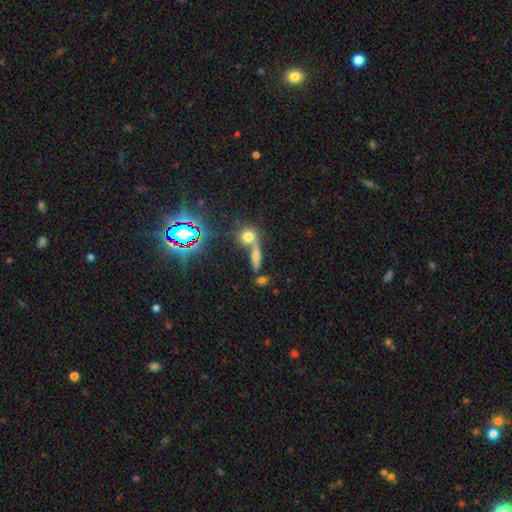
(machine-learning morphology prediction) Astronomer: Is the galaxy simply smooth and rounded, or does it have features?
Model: smooth — 48% (runner-up: star or artifact, 26%).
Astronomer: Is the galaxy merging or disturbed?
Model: none — 53% (runner-up: merger, 33%).